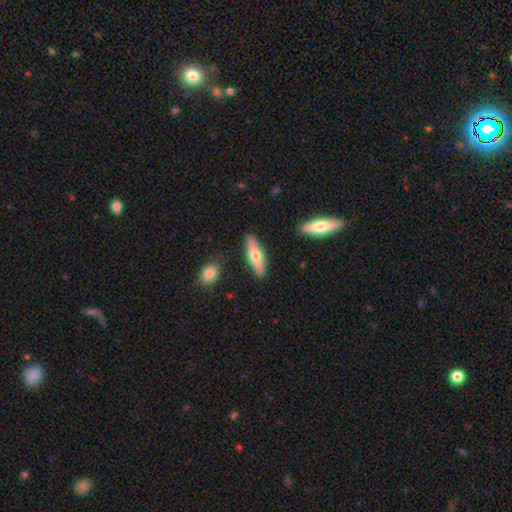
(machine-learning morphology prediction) This appears to be a smooth galaxy with no disk features (55%) that is cigar-shaped (51%). Merging: none (86%).